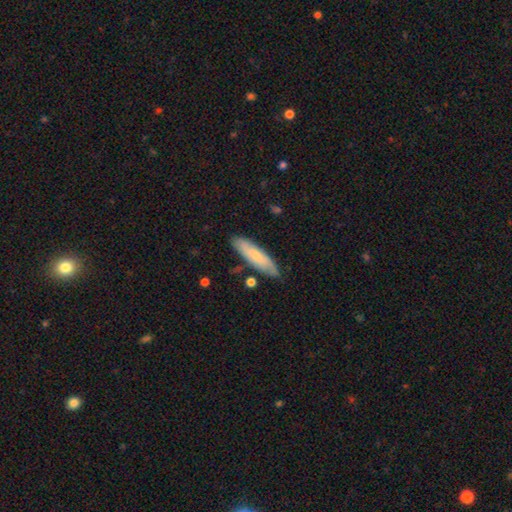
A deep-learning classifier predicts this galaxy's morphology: A smooth galaxy with no disk features (68%) that is cigar-shaped (66%). Merging: none (81%).